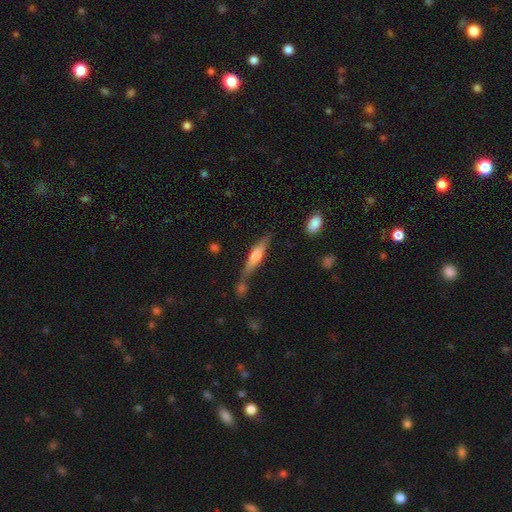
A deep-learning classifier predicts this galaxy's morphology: Overall: featured or disk (53%; smooth 40%). Edge-on disk: yes (94%). Edge-on bulge: rounded (72%). Merging: none (65%).